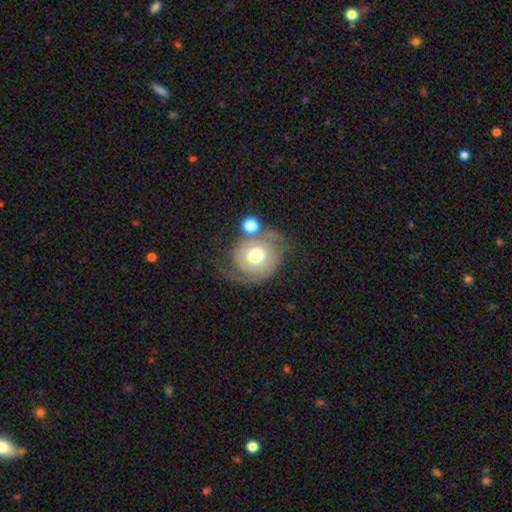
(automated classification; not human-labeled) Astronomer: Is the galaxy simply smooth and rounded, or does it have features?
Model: featured or disk — 59%.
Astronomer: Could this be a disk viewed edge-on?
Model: no — 97%.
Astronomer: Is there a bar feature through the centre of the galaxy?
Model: no — 80%.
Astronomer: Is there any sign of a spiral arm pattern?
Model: yes — 81%.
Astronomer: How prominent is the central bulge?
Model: moderate — 70%.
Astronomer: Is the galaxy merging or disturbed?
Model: none — 47%.